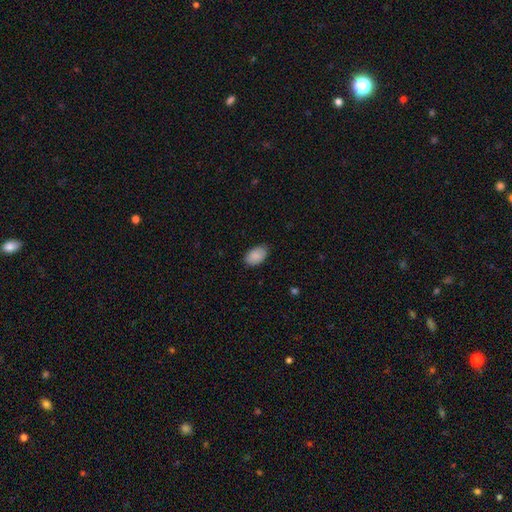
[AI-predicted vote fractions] smooth 89%, star or artifact 6%, featured or disk 5%. Down the decision tree: how rounded — in between (91%); merging — none (82%).